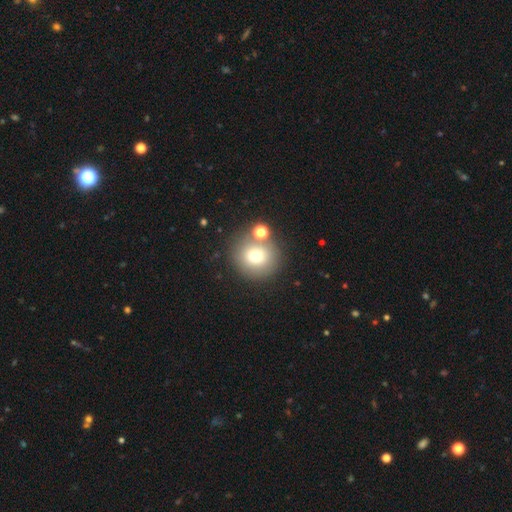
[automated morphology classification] smooth_or_featured: smooth (p=0.73) [alt: star or artifact p=0.14]
how_rounded: round (p=0.91) [alt: in between p=0.08]
merging: none (p=0.73) [alt: merger p=0.14]